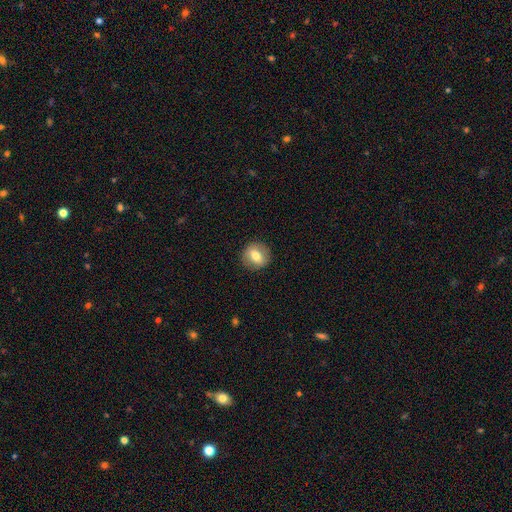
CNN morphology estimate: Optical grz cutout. It shows a smooth galaxy with no disk features (67%) that is round (85%). Merging: none (88%).